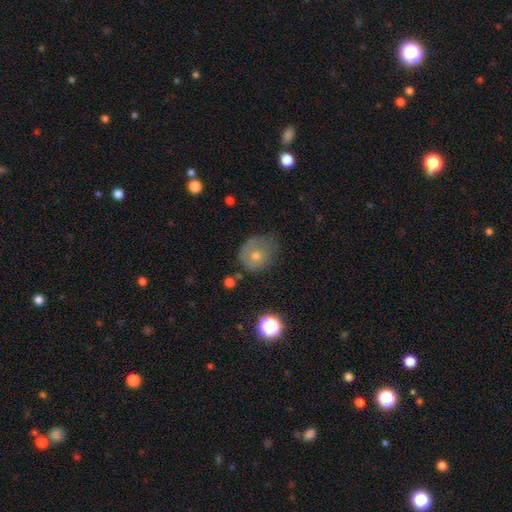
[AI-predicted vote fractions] A smooth galaxy with no disk features (55%) that is round (69%).

Vote fractions:
- Smooth or featured? smooth: 55% / featured or disk: 29% / star or artifact: 16%
- How rounded? round: 69% / in between: 30% / cigar-shaped: 1%
- Merging? none: 52% / minor disturbance: 30% / major disturbance: 16% / merger: 2%